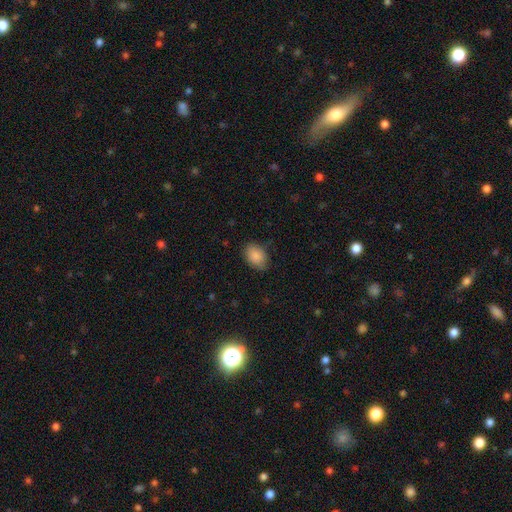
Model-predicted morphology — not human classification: Smooth or featured? Predicted: smooth (p=0.88). How rounded? Predicted: in between (p=0.81). Merging? Predicted: none (p=0.82).